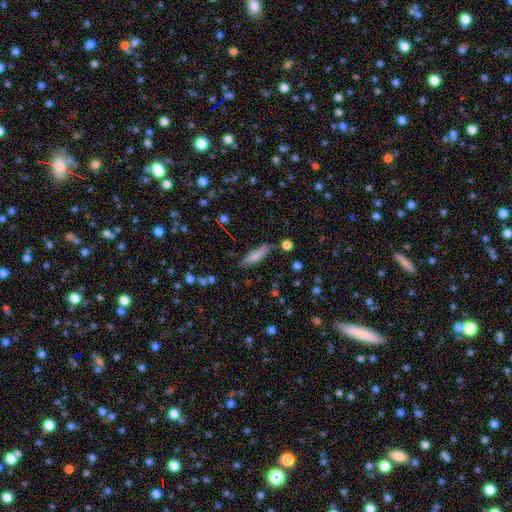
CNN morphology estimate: Smooth or featured?
  - smooth: 77% *
  - featured or disk: 16%
  - star or artifact: 7%
How rounded?
  - cigar-shaped: 68% *
  - in between: 30%
  - round: 2%
Merging?
  - none: 75% *
  - minor disturbance: 16%
  - merger: 4%
  - major disturbance: 4%